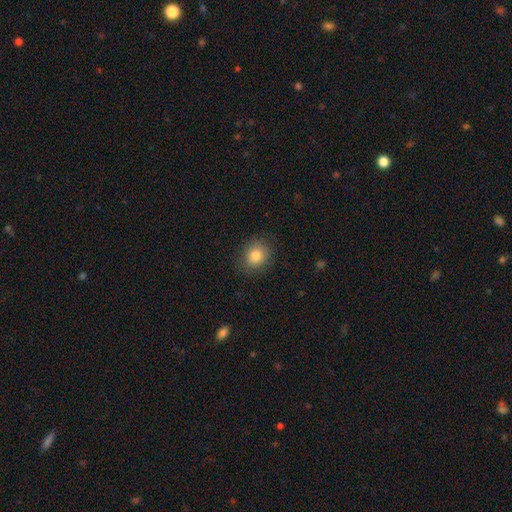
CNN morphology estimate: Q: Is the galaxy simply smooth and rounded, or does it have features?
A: smooth — 84%.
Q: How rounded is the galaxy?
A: round — 72%.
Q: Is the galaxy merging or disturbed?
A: none — 87%.